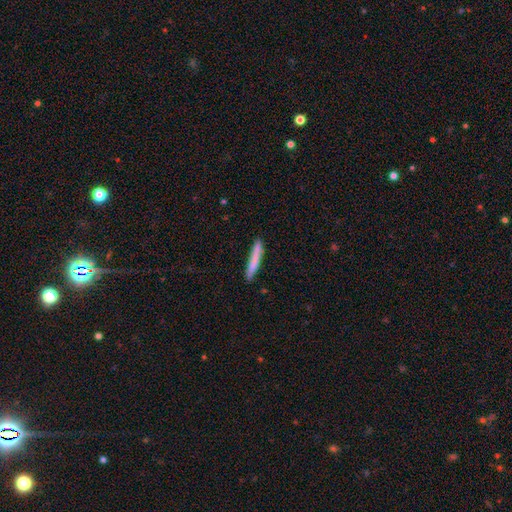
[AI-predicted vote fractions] Morphology: type=smooth (75%); roundness=cigar-shaped (95%); merging=none (85%).